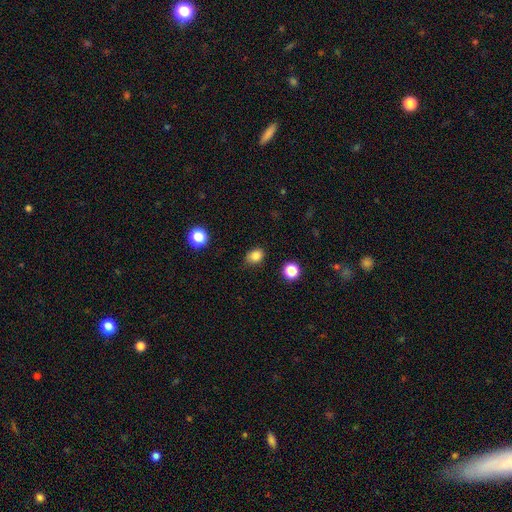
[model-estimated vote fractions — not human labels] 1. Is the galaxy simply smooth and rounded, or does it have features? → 83% smooth, 12% star or artifact, 5% featured or disk.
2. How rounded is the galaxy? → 53% in between, 46% round, 1% cigar-shaped.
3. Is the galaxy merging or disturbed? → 76% none, 19% minor disturbance, 4% major disturbance, 2% merger.